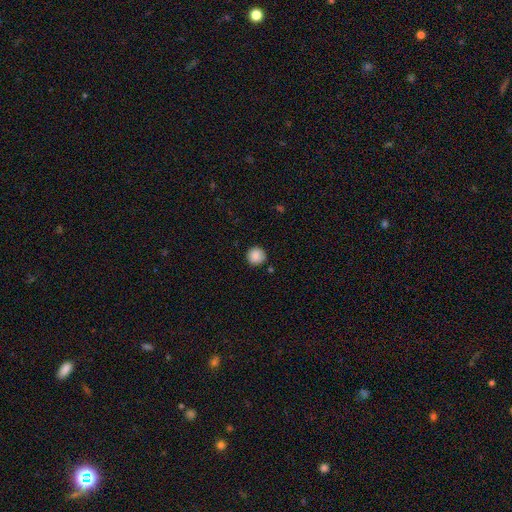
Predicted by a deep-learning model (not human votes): This appears to be a smooth galaxy with no disk features (88%) that is round (95%). Merging: none (88%).